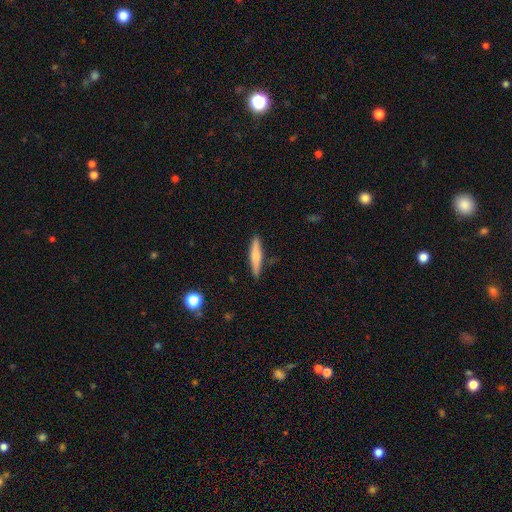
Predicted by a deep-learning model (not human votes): This appears to be a smooth galaxy with no disk features (65%) that is cigar-shaped (87%). Merging: none (87%).